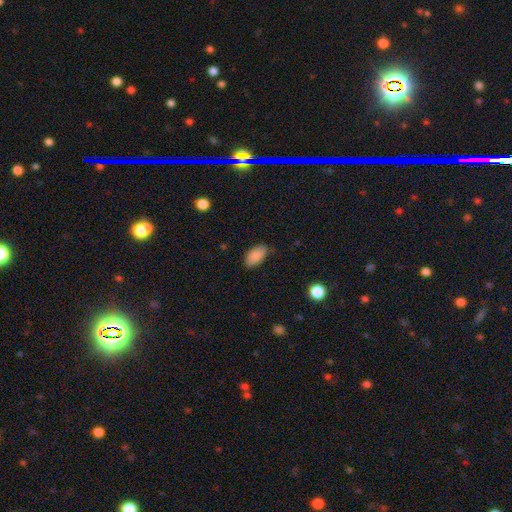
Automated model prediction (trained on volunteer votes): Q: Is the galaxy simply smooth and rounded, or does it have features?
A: smooth — 88%.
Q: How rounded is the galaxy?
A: in between — 94%.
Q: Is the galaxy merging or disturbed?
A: none — 80%.